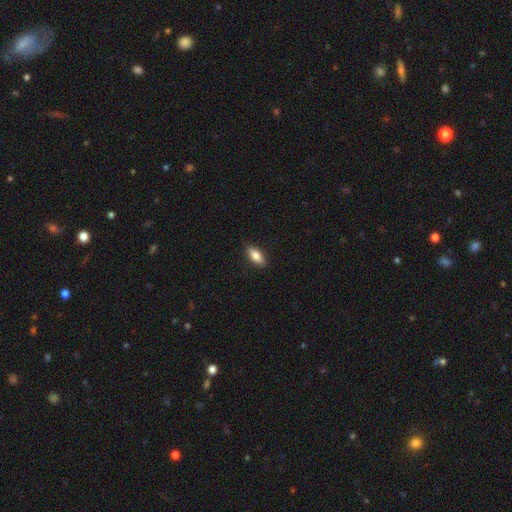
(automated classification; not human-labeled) A smooth galaxy with no disk features (81%) that is in between round and cigar-shaped (80%).

Vote fractions:
- Smooth or featured? smooth: 81% / featured or disk: 13% / star or artifact: 6%
- How rounded? in between: 80% / cigar-shaped: 17% / round: 3%
- Merging? none: 88% / minor disturbance: 9% / major disturbance: 2% / merger: 1%